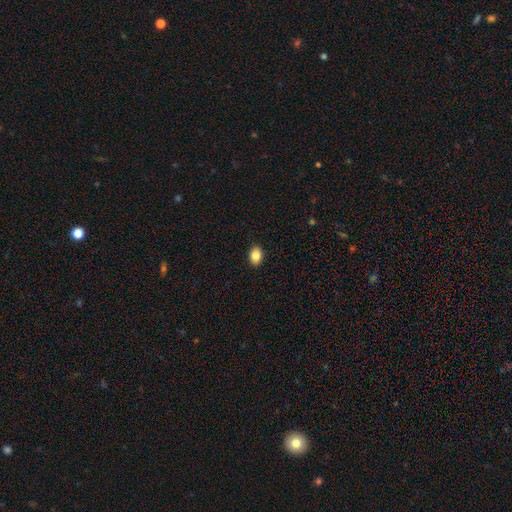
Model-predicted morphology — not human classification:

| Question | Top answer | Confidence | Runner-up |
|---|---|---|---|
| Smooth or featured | smooth | 85% | star or artifact (8%) |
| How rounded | in between | 82% | round (16%) |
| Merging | none | 91% | minor disturbance (7%) |